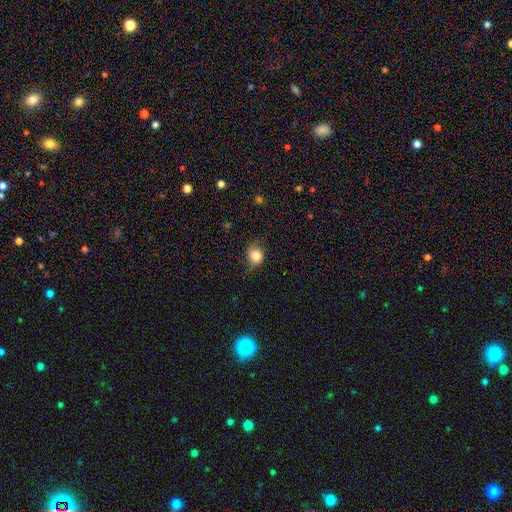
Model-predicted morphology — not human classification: smooth_or_featured: smooth (p=0.82) [alt: star or artifact p=0.10]
how_rounded: round (p=0.67) [alt: in between p=0.32]
merging: none (p=0.67) [alt: minor disturbance p=0.25]